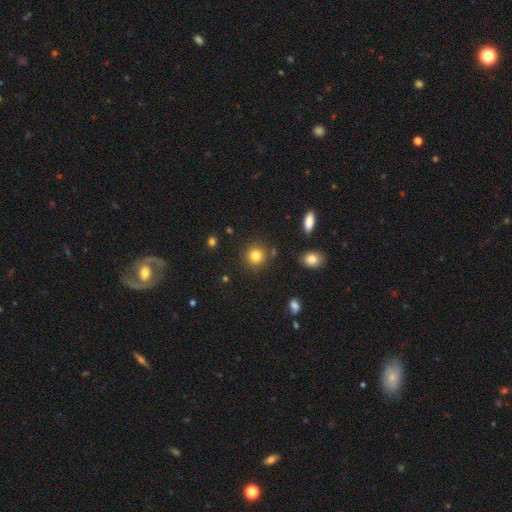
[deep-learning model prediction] Smooth or featured?
  - smooth: 81% *
  - star or artifact: 12%
  - featured or disk: 7%
How rounded?
  - round: 92% *
  - in between: 7%
  - cigar-shaped: 1%
Merging?
  - none: 87% *
  - minor disturbance: 7%
  - merger: 3%
  - major disturbance: 3%